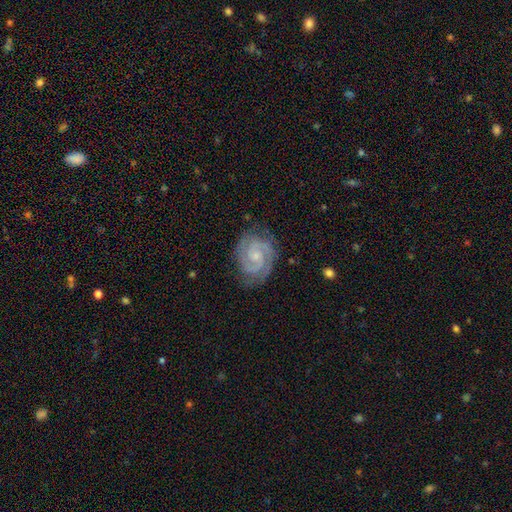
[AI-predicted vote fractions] Smooth or featured? featured or disk (91%)
Edge-on disk? no (98%)
Bar? no (58%)
Spiral arms? yes (99%)
Spiral winding? tight (65%)
Spiral arm count? 2 (83%)
Bulge size? small (67%)
Merging? none (80%)